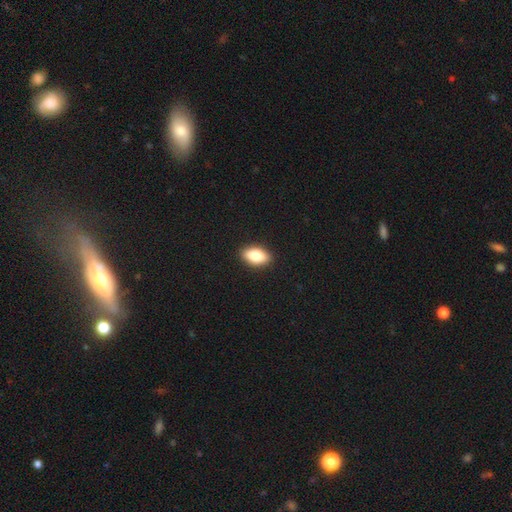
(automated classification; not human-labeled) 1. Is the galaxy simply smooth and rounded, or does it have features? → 82% smooth, 11% featured or disk, 7% star or artifact.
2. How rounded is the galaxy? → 90% in between, 6% round, 4% cigar-shaped.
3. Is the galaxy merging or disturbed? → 90% none, 7% minor disturbance, 2% major disturbance, 1% merger.